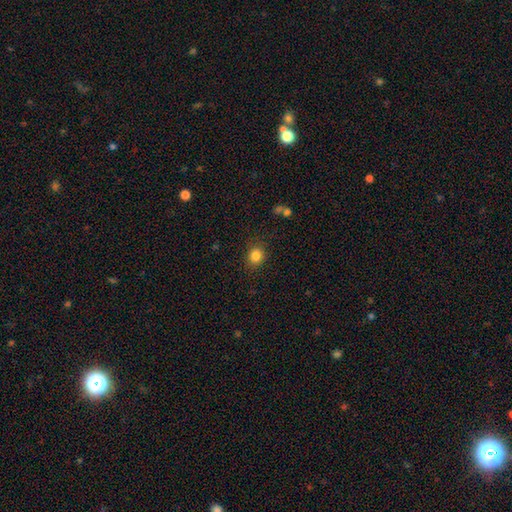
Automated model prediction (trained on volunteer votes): This appears to be a smooth galaxy with no disk features (84%) that is round (76%). Merging: none (86%).